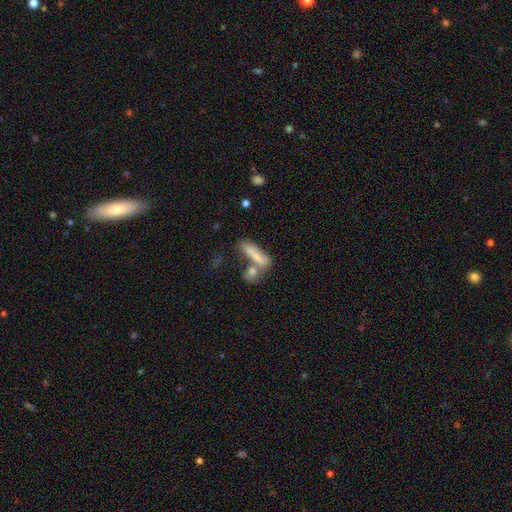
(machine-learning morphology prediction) type=smooth (73%); roundness=cigar-shaped (60%); merging=merger (40%).